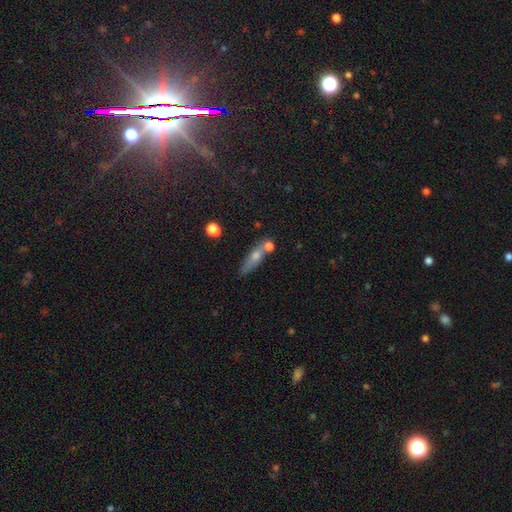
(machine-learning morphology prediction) Smooth or featured? smooth (60%)
How rounded? cigar-shaped (63%)
Merging? none (56%)